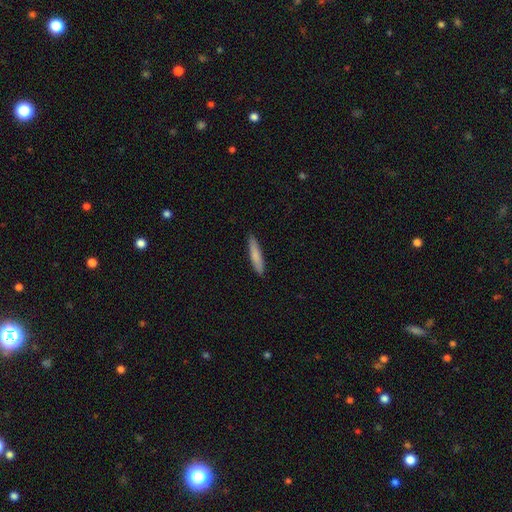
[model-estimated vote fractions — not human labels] The model was most divided on "smooth or featured": smooth: 78%, featured or disk: 16%, star or artifact: 6%. More confident: how rounded — cigar-shaped (90%); merging — none (89%).